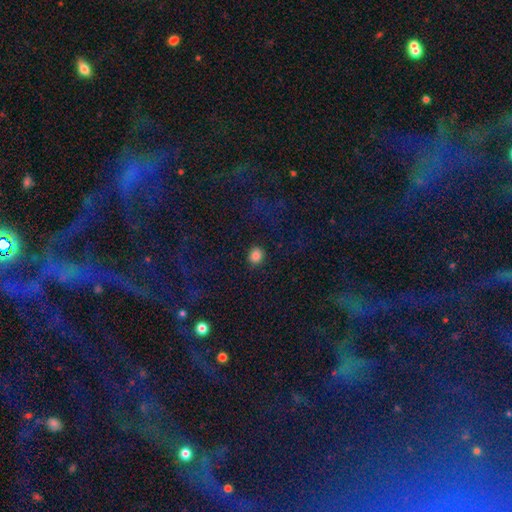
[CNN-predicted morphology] Q: Smooth or featured?
A: smooth (84%); runner-up: star or artifact (12%)
Q: How rounded?
A: round (70%); runner-up: in between (29%)
Q: Merging?
A: none (87%); runner-up: minor disturbance (8%)